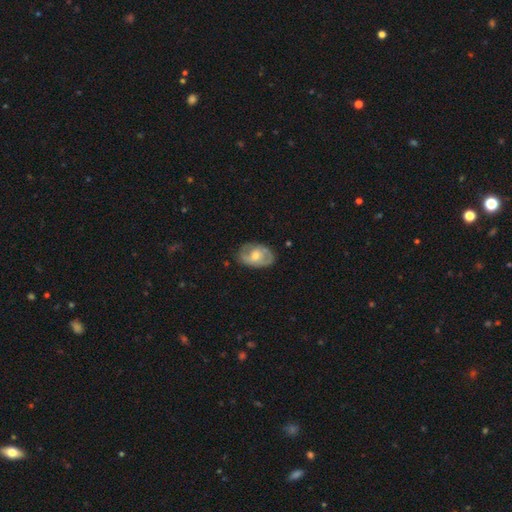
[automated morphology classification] Smooth or featured: featured or disk — 61% (smooth — 32%)
Edge-on disk: no — 95% (yes — 5%)
Bar: no — 60% (weak — 32%)
Spiral arms: yes — 71% (no — 29%)
Bulge size: moderate — 65% (small — 27%)
Merging: none — 74% (minor disturbance — 19%)